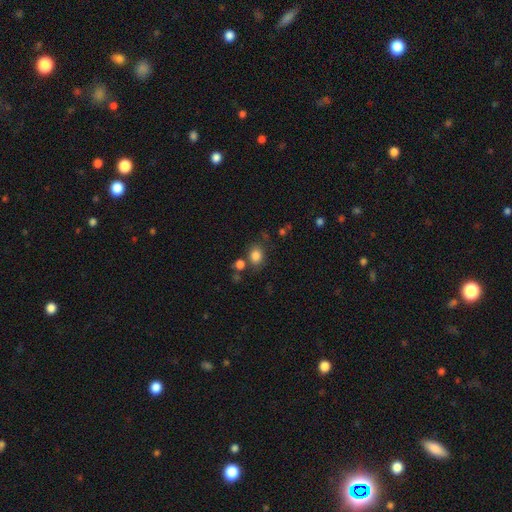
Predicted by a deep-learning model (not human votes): smooth_or_featured: smooth (p=0.83) [alt: star or artifact p=0.11]
how_rounded: round (p=0.50) [alt: in between p=0.49]
merging: none (p=0.68) [alt: minor disturbance p=0.14]